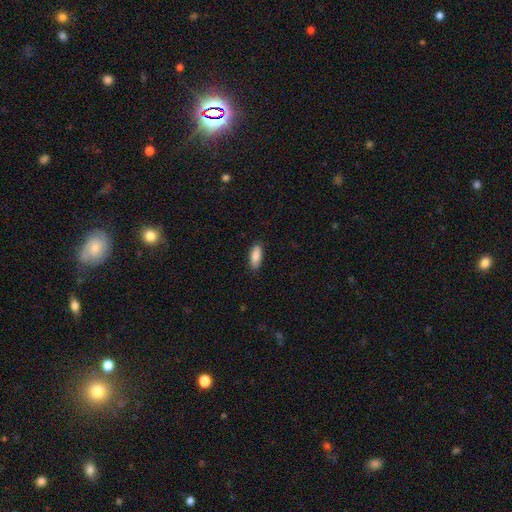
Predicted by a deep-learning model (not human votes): smooth-or-featured: smooth: 88% | featured or disk: 6% | star or artifact: 6%
  how-rounded: in between: 78% | cigar-shaped: 20% | round: 2%
  merging: none: 85% | minor disturbance: 12% | major disturbance: 2% | merger: 1%